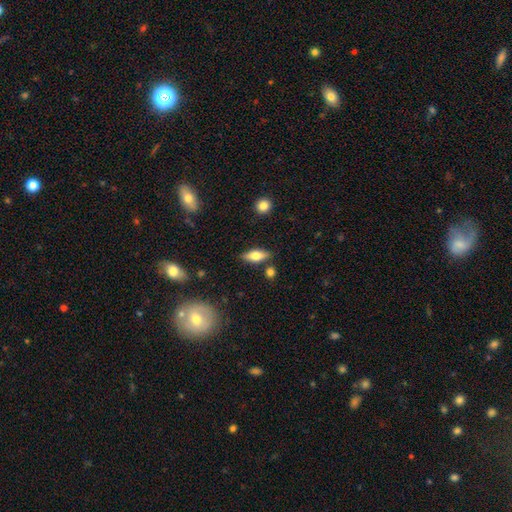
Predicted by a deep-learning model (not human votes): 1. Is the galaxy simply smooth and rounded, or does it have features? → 60% smooth, 32% featured or disk, 7% star or artifact.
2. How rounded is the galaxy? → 71% in between, 26% cigar-shaped, 4% round.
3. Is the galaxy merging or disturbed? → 81% none, 11% minor disturbance, 5% merger, 3% major disturbance.